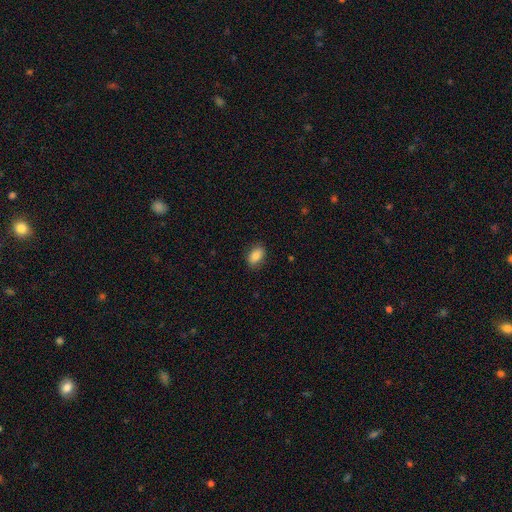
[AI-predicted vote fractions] smooth_or_featured: smooth (p=0.86) [alt: star or artifact p=0.08]
how_rounded: in between (p=0.88) [alt: round p=0.11]
merging: none (p=0.86) [alt: minor disturbance p=0.11]